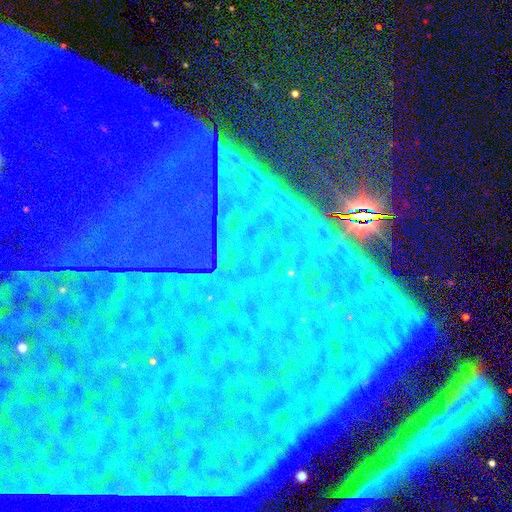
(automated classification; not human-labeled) smooth_or_featured: star or artifact (p=0.87) [alt: featured or disk p=0.07]